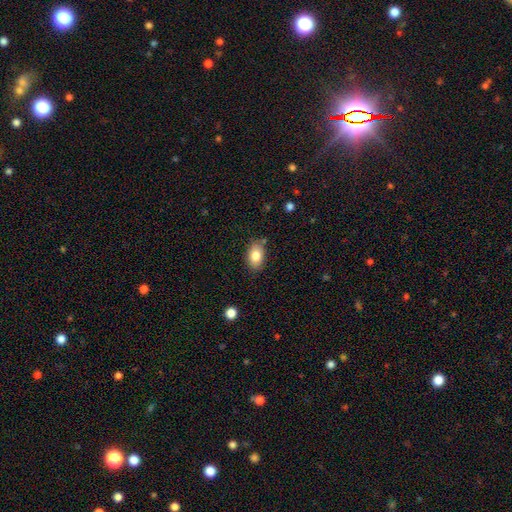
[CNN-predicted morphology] Smooth or featured: smooth — 82% (featured or disk — 10%)
How rounded: in between — 88% (round — 10%)
Merging: none — 81% (minor disturbance — 13%)